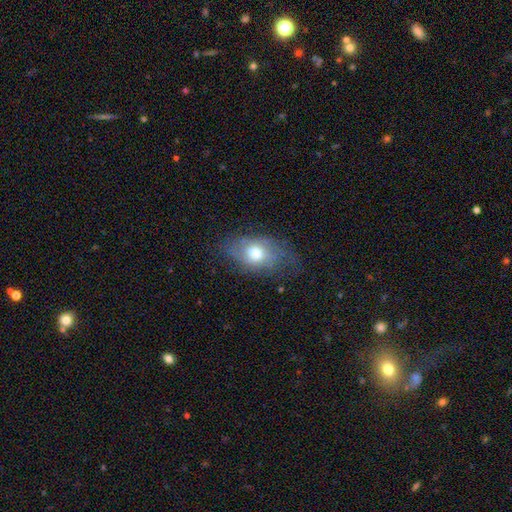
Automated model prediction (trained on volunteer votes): This is marginally a featured or disk galaxy (45%). Merging: likely none (65%).